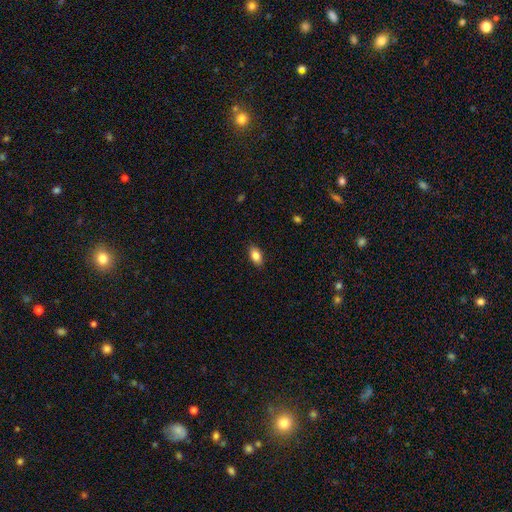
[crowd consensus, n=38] smooth 79%, featured or disk 13%, star or artifact 8%. Down the decision tree: how rounded — in between (83%); merging — none (91%).